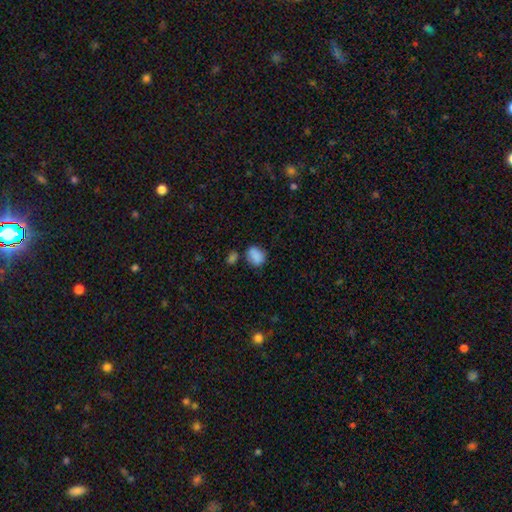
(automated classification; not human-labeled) This is clearly a smooth galaxy (86%). How rounded: likely in between (69%). Merging: likely none (63%).